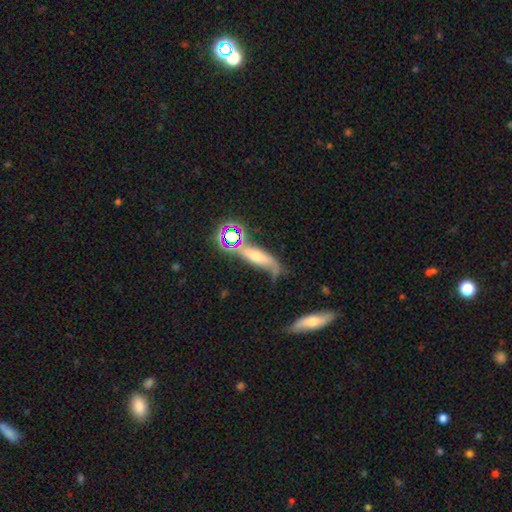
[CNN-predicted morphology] Q: Smooth or featured?
A: featured or disk (45%); runner-up: smooth (34%)
Q: Merging?
A: none (45%); runner-up: minor disturbance (23%)